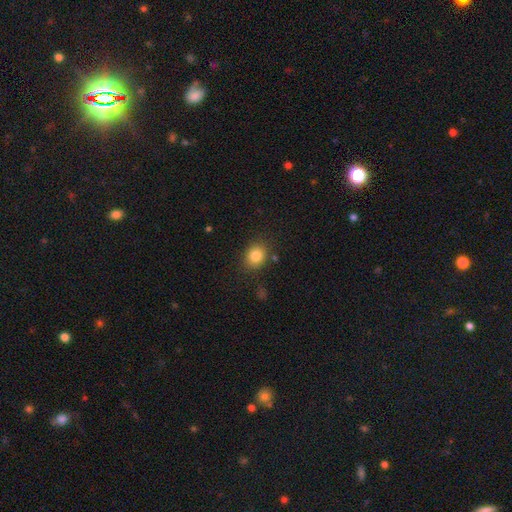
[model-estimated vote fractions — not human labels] Morphology: type=smooth (83%); roundness=round (62%); merging=none (83%).